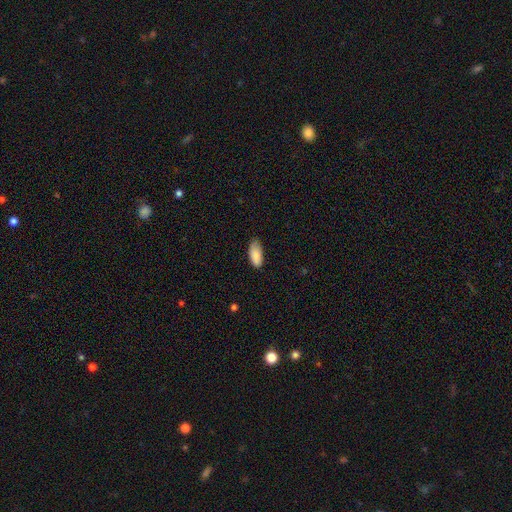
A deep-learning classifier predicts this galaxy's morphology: Smooth or featured: smooth — 87% (star or artifact — 7%)
How rounded: in between — 90% (cigar-shaped — 9%)
Merging: none — 70% (minor disturbance — 25%)